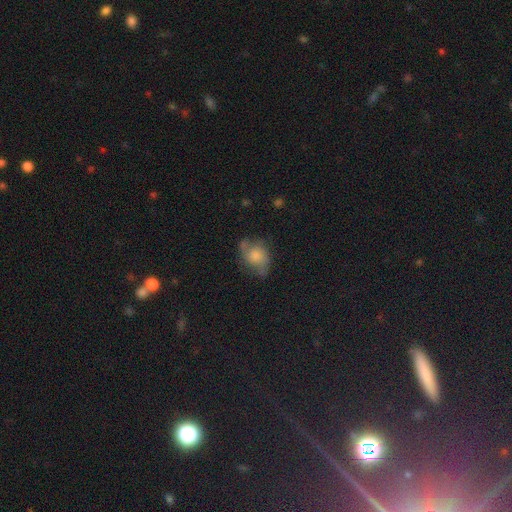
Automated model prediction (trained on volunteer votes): Q: Smooth or featured?
A: smooth (51%); runner-up: featured or disk (40%)
Q: How rounded?
A: in between (61%); runner-up: round (37%)
Q: Merging?
A: none (53%); runner-up: minor disturbance (30%)